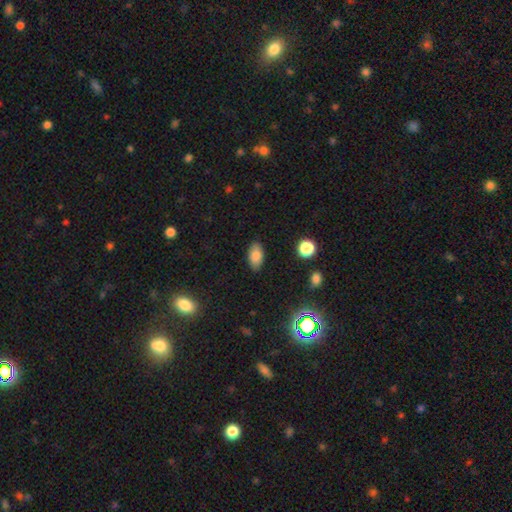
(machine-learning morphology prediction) type=smooth (82%); roundness=in between (92%); merging=none (86%).